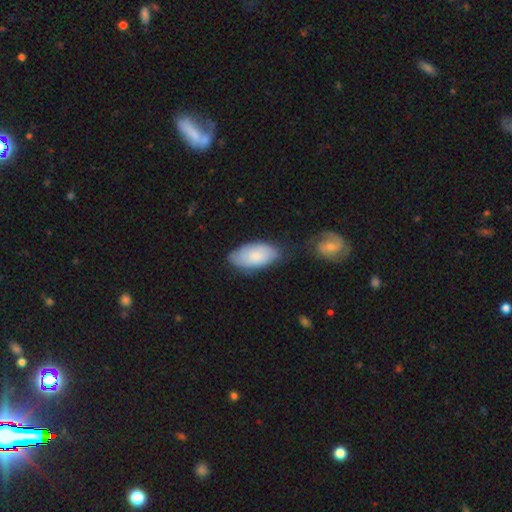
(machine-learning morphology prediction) type=smooth (73%); roundness=in between (94%); merging=none (63%).